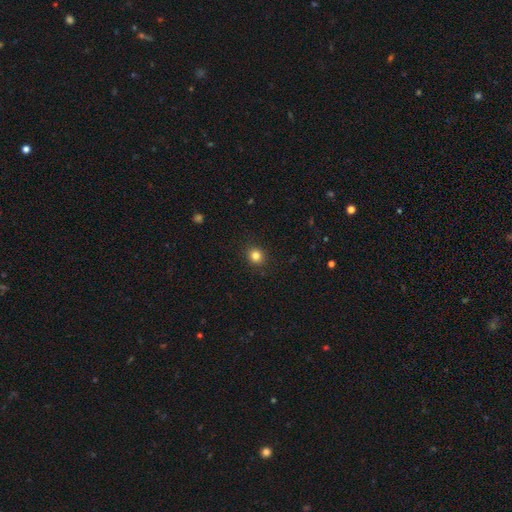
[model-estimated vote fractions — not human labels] This is clearly a smooth galaxy (83%). How rounded: clearly round (85%). Merging: clearly none (91%).